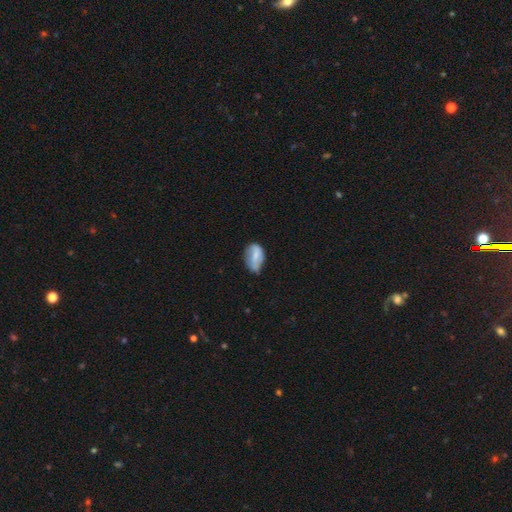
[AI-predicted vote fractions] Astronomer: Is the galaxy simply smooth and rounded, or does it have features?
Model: smooth — 55% (runner-up: featured or disk, 38%).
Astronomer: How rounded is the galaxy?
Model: in between — 87%.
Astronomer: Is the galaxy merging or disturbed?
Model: none — 44% (runner-up: minor disturbance, 40%).